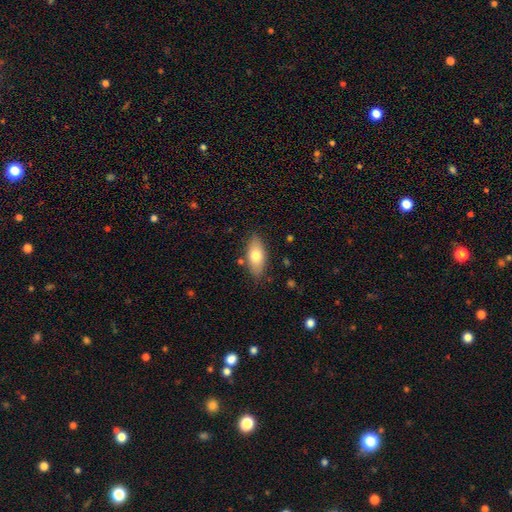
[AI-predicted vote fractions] The model was most divided on "smooth or featured": smooth: 71%, featured or disk: 22%, star or artifact: 7%. More confident: how rounded — in between (86%); merging — none (81%).